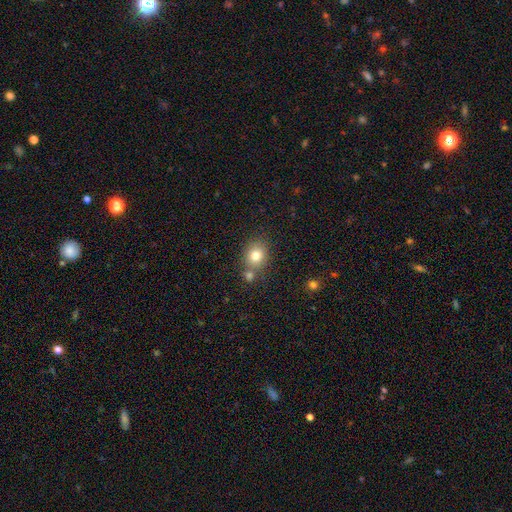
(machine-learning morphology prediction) A smooth galaxy with no disk features (79%) that is round (62%). Merging: none (64%).